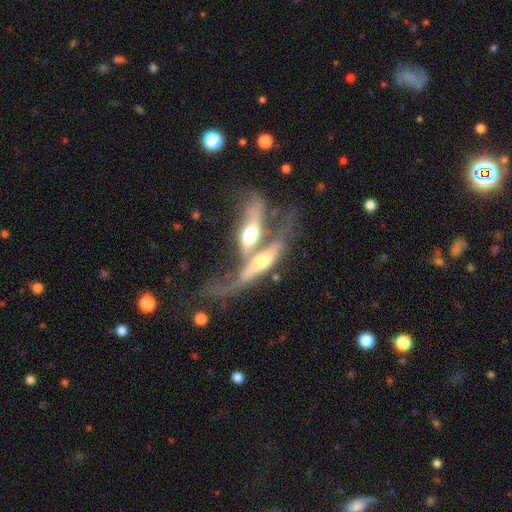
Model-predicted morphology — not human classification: Q: Smooth or featured?
A: featured or disk (60%); runner-up: smooth (33%)
Q: Edge-on disk?
A: yes (61%); runner-up: no (39%)
Q: Merging?
A: merger (75%); runner-up: major disturbance (10%)